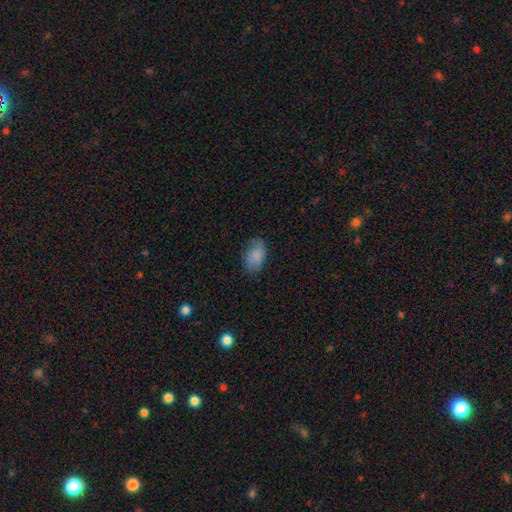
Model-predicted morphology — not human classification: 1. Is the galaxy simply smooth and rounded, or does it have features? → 86% smooth, 7% featured or disk, 7% star or artifact.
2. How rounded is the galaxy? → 91% in between, 8% round, 1% cigar-shaped.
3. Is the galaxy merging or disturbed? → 77% none, 17% minor disturbance, 4% major disturbance, 1% merger.